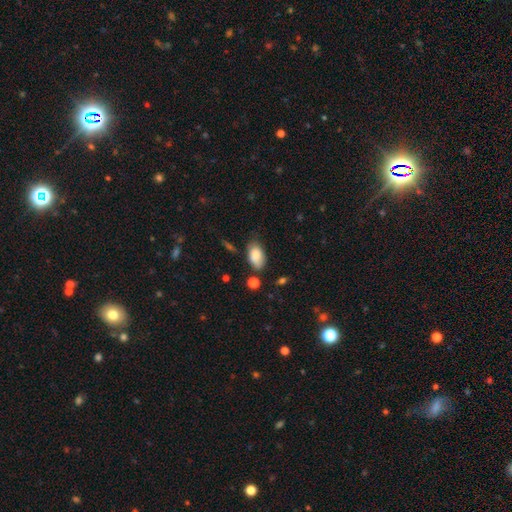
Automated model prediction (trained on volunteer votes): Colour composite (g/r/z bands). It shows a smooth galaxy with no disk features (84%) that is in between round and cigar-shaped (93%). Merging: none (60%).